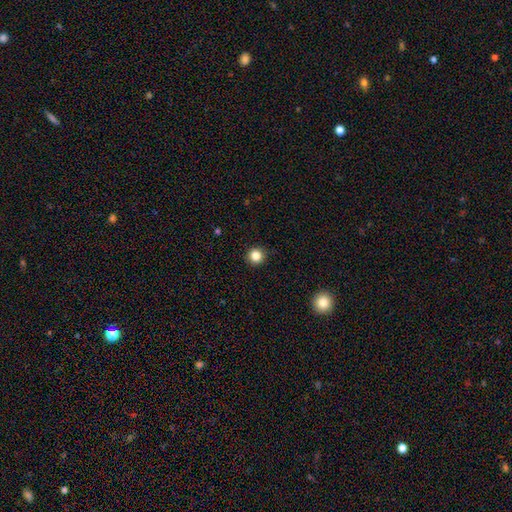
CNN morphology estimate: This appears to be a smooth galaxy with no disk features (85%) that is round (94%). Merging: none (92%).